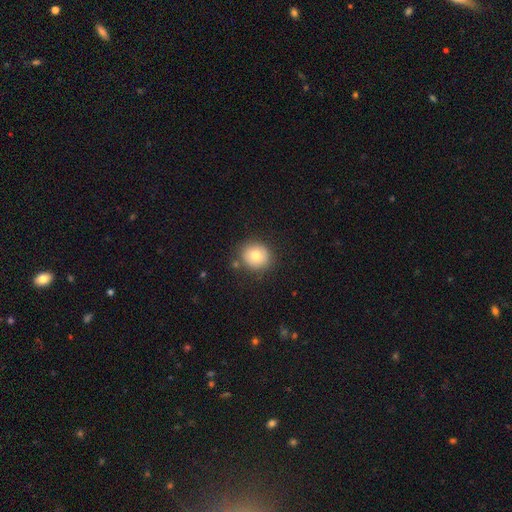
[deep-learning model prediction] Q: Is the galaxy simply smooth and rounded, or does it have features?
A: smooth — 76%.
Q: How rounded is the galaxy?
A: round — 86%.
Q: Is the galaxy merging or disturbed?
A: none — 82%.